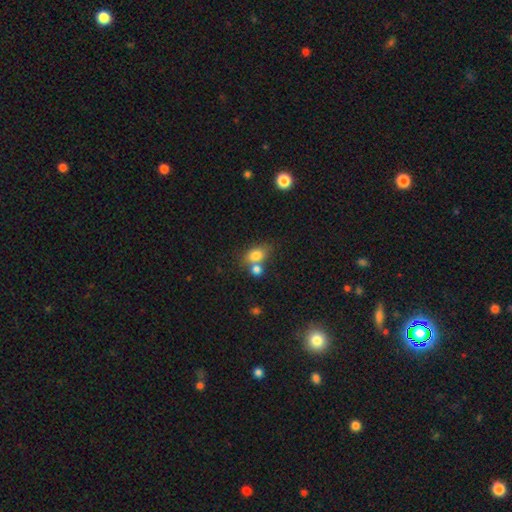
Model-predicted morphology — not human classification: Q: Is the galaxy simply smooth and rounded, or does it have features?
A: smooth — 79%.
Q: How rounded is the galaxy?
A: in between — 66%.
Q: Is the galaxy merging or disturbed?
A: none — 44%.